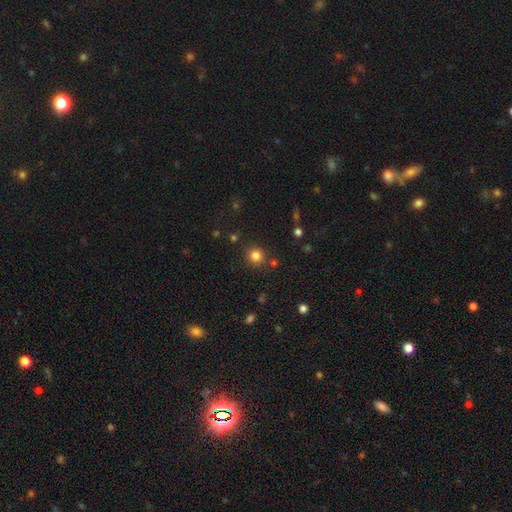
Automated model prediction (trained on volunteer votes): Smooth or featured? Predicted: smooth (p=0.81). How rounded? Predicted: round (p=0.91). Merging? Predicted: none (p=0.86).